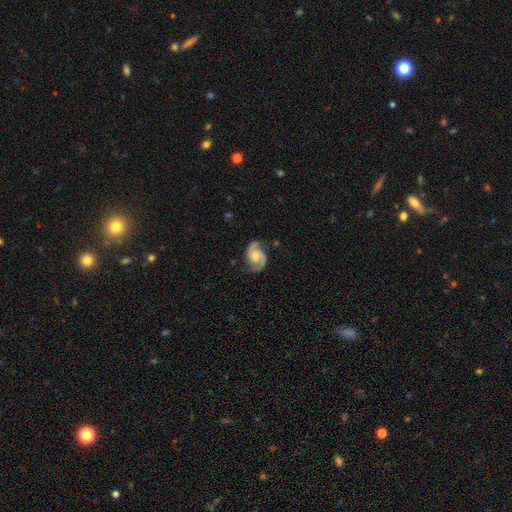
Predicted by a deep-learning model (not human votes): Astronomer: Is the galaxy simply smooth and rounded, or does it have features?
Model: featured or disk — 90%.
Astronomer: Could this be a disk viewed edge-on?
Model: no — 98%.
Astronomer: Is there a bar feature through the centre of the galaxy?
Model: no — 64%.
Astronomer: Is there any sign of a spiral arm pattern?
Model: yes — 98%.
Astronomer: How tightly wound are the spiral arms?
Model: medium — 55% (runner-up: tight, 31%).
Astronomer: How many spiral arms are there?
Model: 2 — 93%.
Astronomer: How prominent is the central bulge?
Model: moderate — 57% (runner-up: small, 33%).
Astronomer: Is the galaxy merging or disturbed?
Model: none — 78%.